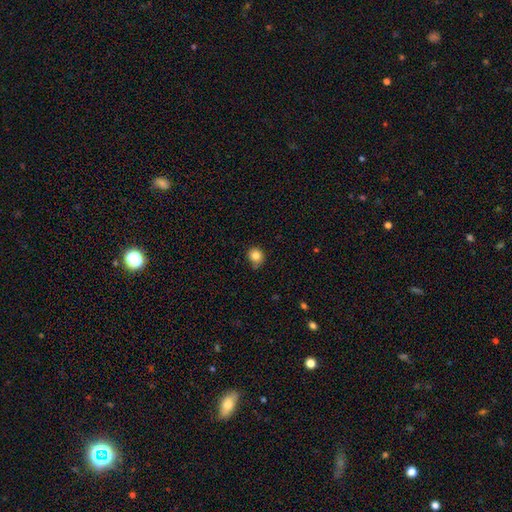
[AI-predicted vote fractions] Overall: smooth (83%). How rounded: round (83%). Merging: none (72%).